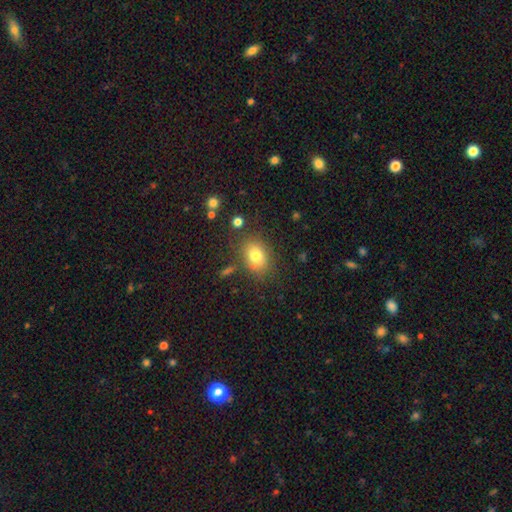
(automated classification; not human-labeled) Smooth or featured? Predicted: smooth (p=0.78). How rounded? Predicted: in between (p=0.68). Merging? Predicted: none (p=0.77).